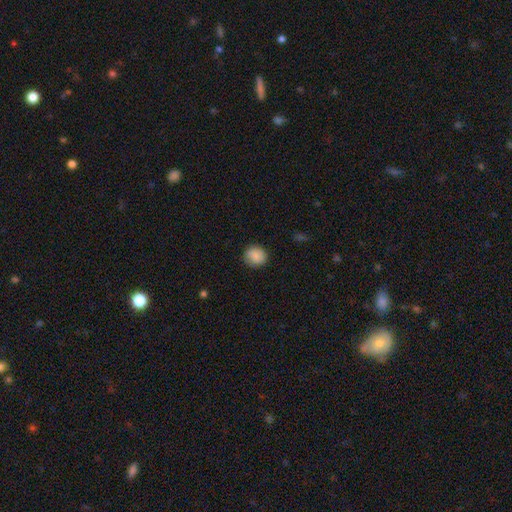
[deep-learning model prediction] Smooth or featured: smooth — 84% (featured or disk — 9%)
How rounded: round — 83% (in between — 16%)
Merging: none — 84% (minor disturbance — 12%)